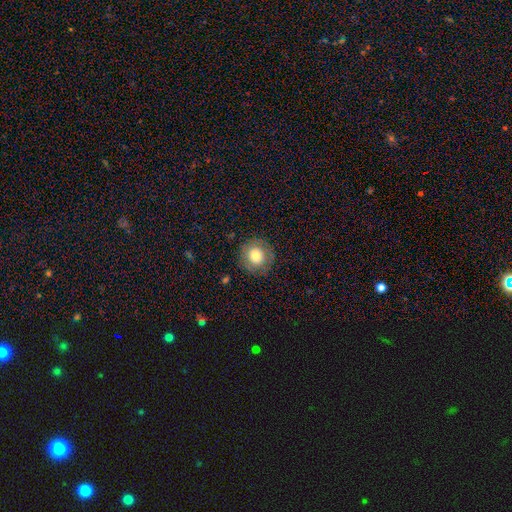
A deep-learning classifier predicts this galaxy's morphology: The model was most divided on "smooth or featured": smooth: 74%, featured or disk: 17%, star or artifact: 9%. More confident: how rounded — round (90%); merging — none (83%).